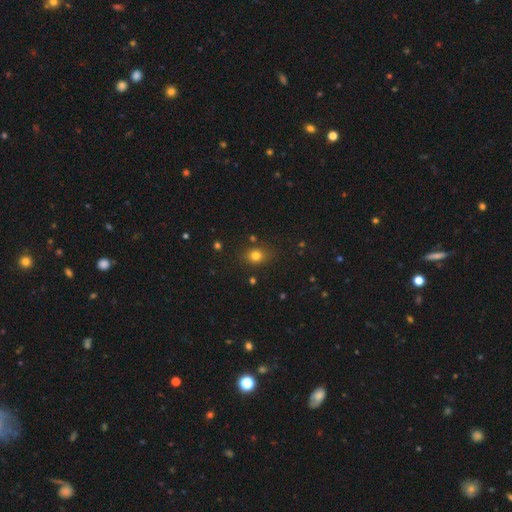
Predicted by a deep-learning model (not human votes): This is likely a smooth galaxy (77%). How rounded: possibly round (57%). Merging: clearly none (81%).